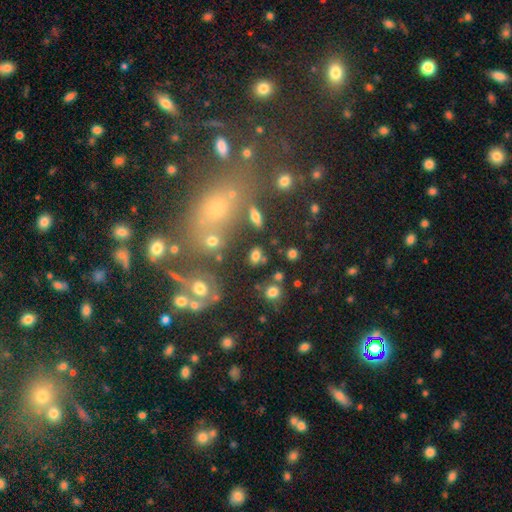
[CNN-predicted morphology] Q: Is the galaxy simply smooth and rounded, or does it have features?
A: smooth — 74%.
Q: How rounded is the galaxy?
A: in between — 59%.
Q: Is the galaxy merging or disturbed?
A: none — 74%.